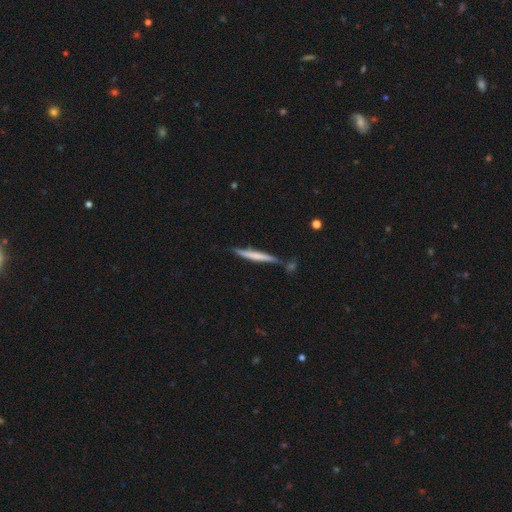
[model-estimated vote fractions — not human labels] A smooth galaxy with no disk features (53%) that is cigar-shaped (96%). Merging: none (71%).